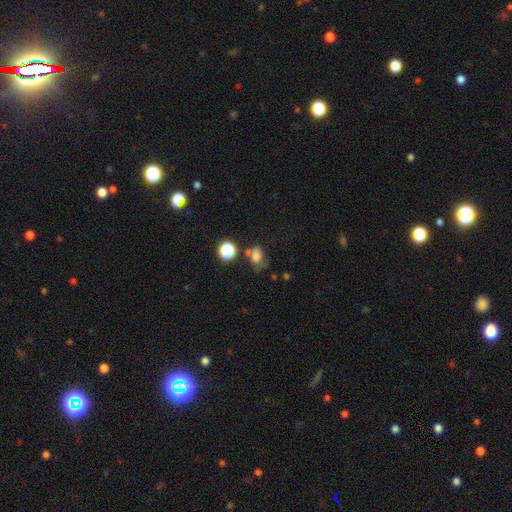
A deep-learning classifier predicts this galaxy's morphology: The model was most divided on "merging": none: 43%, minor disturbance: 26%, major disturbance: 17%, merger: 13%. More confident: smooth or featured — smooth (70%); how rounded — in between (63%).